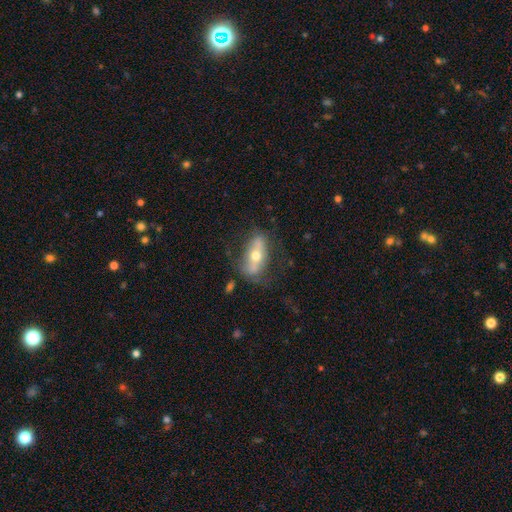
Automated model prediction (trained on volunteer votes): Smooth or featured? featured or disk (53%)
Edge-on disk? no (64%)
Merging? none (66%)